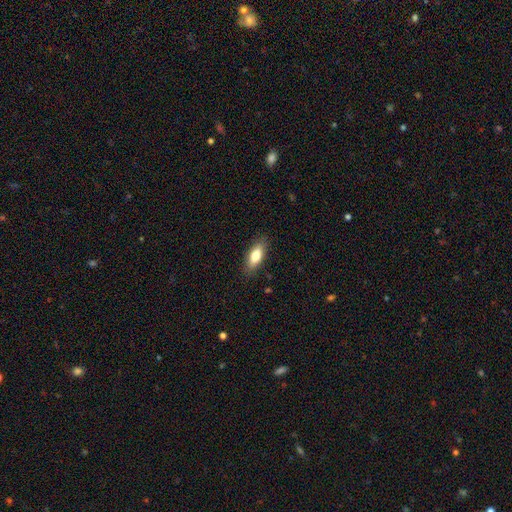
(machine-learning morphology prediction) A smooth galaxy with no disk features (77%) that is in between round and cigar-shaped (78%). Merging: none (86%).